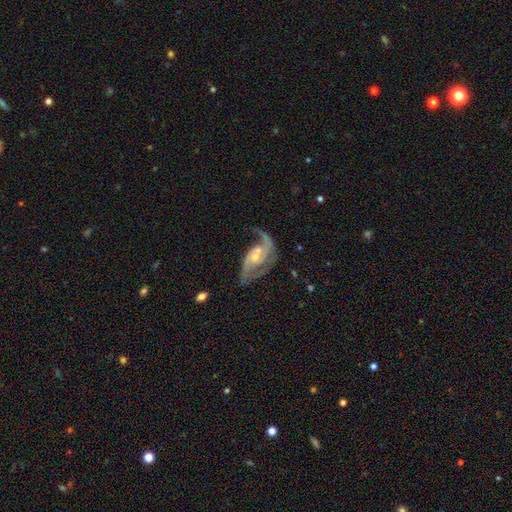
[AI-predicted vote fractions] Smooth or featured?
  - featured or disk: 88% *
  - smooth: 6%
  - star or artifact: 6%
Edge-on disk?
  - no: 96% *
  - yes: 4%
Bar?
  - no: 55% *
  - weak: 33%
  - strong: 12%
Spiral arms?
  - yes: 96% *
  - no: 4%
Spiral winding?
  - medium: 47% *
  - loose: 36%
  - tight: 17%
Spiral arm count?
  - 2: 77% *
  - 3: 8%
  - can't tell: 6%
  - 1: 5%
  - 4: 2%
  - more than 4: 2%
Bulge size?
  - small: 58% *
  - moderate: 37%
  - none: 2%
  - large: 2%
  - dominant: 1%
Merging?
  - none: 56% *
  - major disturbance: 21%
  - minor disturbance: 19%
  - merger: 4%